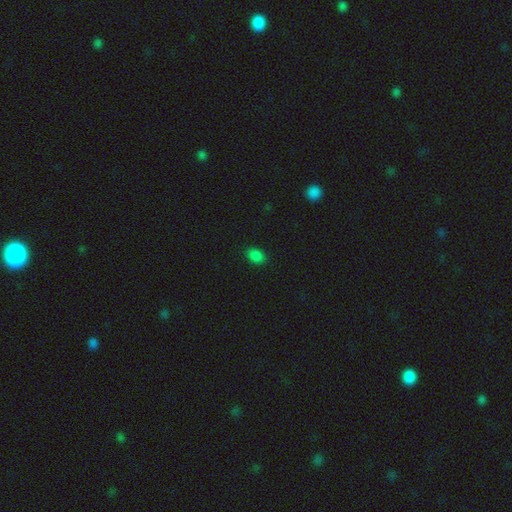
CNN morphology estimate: This appears to be a smooth galaxy with no disk features (83%) that is in between round and cigar-shaped (74%). Merging: none (88%).